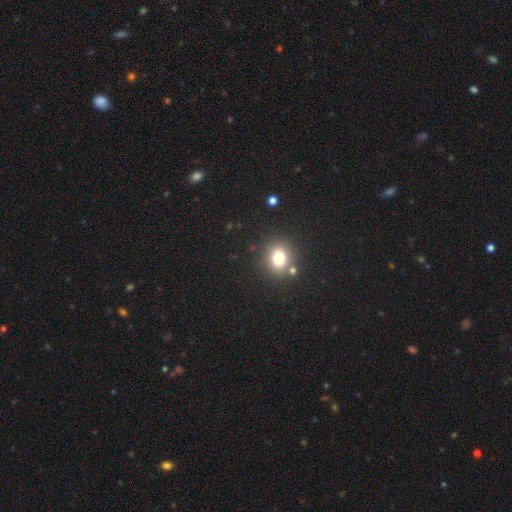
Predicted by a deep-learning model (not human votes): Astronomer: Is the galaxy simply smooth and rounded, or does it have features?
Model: smooth — 52% (runner-up: star or artifact, 41%).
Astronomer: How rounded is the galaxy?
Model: round — 85%.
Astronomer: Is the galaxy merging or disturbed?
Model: none — 89%.